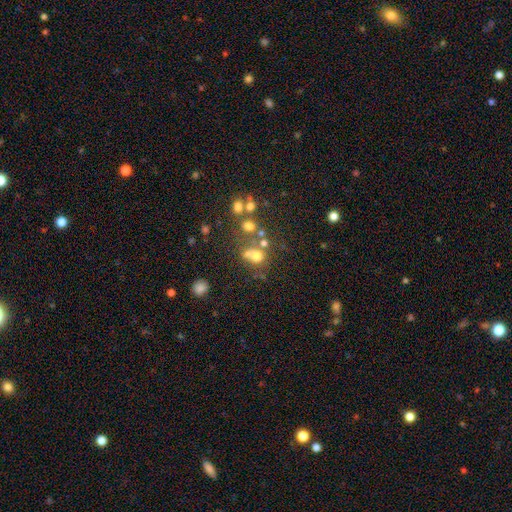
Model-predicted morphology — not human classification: This appears to be a smooth galaxy with no disk features (63%) that is round (68%). Merging: none (40%).